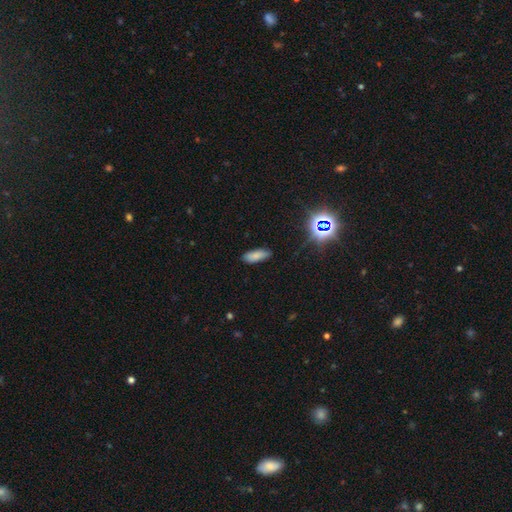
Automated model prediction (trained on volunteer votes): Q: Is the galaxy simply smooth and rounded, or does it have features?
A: smooth — 78%.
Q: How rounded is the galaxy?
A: in between — 74%.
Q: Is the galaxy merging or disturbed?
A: none — 81%.